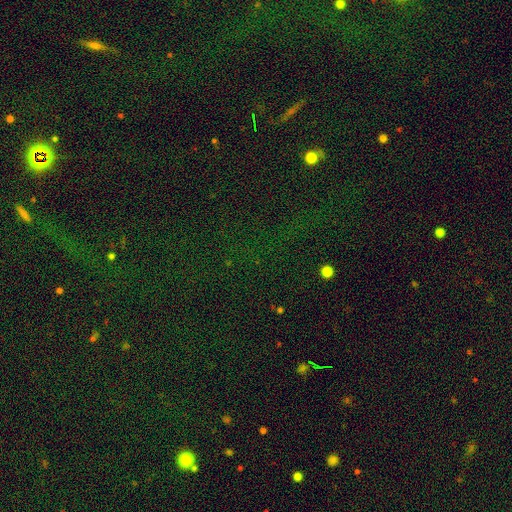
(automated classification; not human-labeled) This is likely a star or artifact rather than a galaxy (77%).